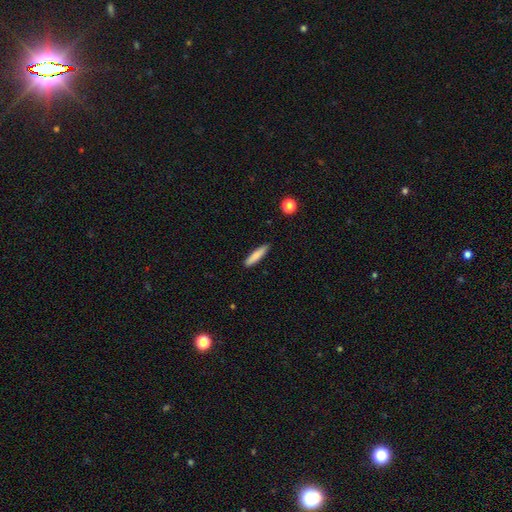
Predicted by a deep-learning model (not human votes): smooth 82%, featured or disk 12%, star or artifact 6%. Down the decision tree: how rounded — cigar-shaped (87%); merging — none (89%).